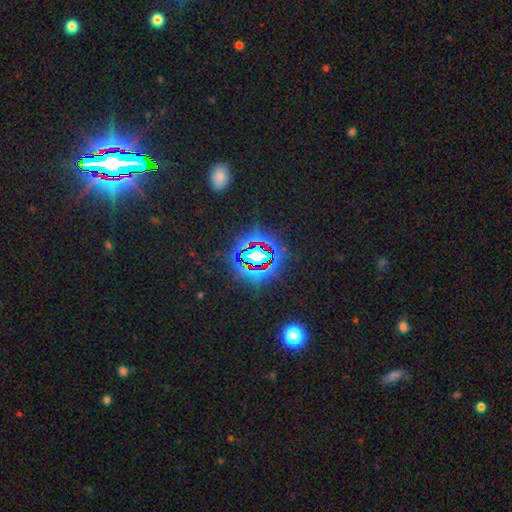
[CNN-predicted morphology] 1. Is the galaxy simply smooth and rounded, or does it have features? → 76% star or artifact, 14% smooth, 10% featured or disk.